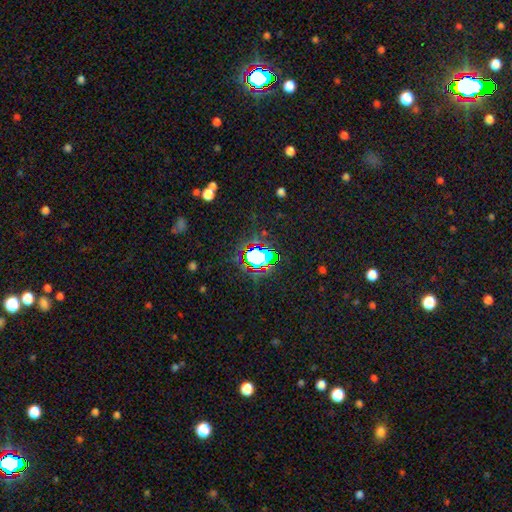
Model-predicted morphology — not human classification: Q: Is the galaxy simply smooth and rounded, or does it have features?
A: star or artifact — 59%.